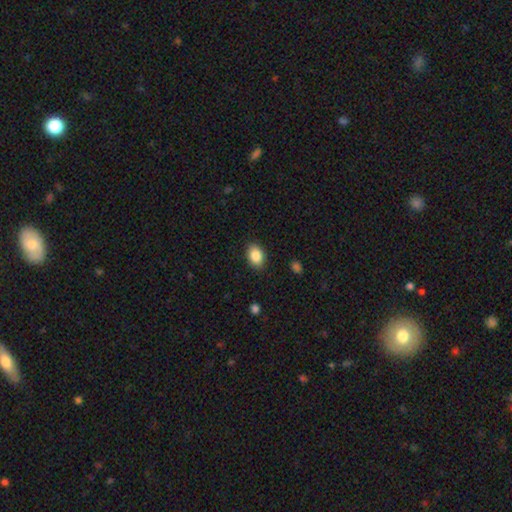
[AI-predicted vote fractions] Overall: smooth (87%). How rounded: in between (81%). Merging: none (87%).